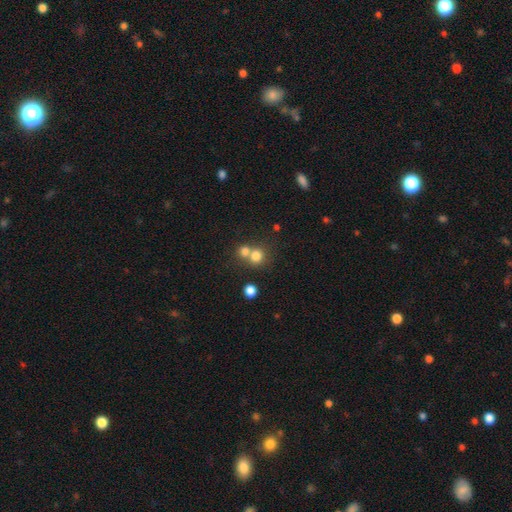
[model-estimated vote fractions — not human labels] Smooth or featured?
  - smooth: 77% *
  - star or artifact: 13%
  - featured or disk: 10%
How rounded?
  - round: 84% *
  - in between: 15%
  - cigar-shaped: 1%
Merging?
  - merger: 47% *
  - none: 44%
  - minor disturbance: 6%
  - major disturbance: 3%